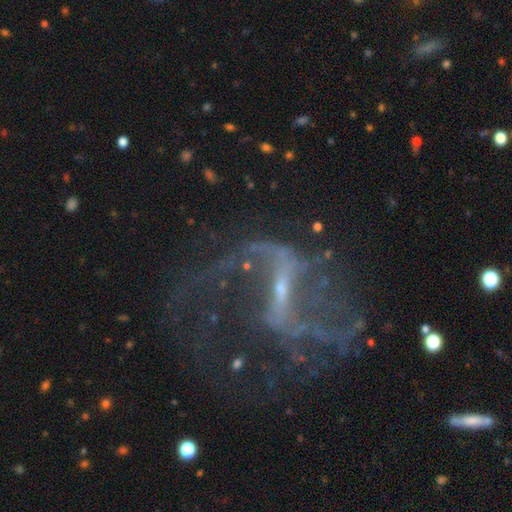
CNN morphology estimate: The model was most divided on "bar": strong: 46%, weak: 38%, no: 16%. Remaining: edge-on disk — no (96%); spiral arms — yes (87%); smooth or featured — featured or disk (86%); spiral winding — loose (80%); spiral arm count — 2 (75%); bulge size — small (74%); merging — none (45%).